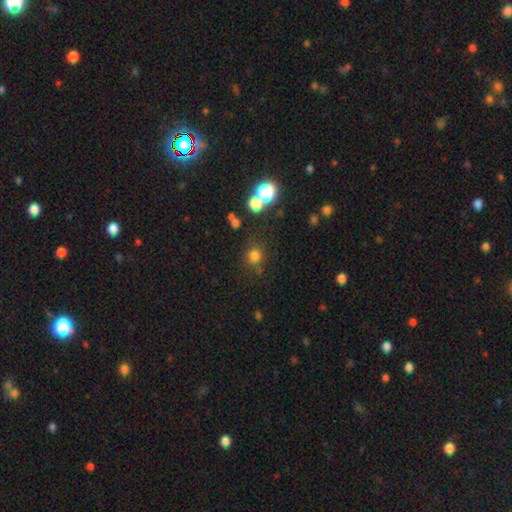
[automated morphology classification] Overall: smooth (73%). How rounded: round (90%). Merging: none (79%).